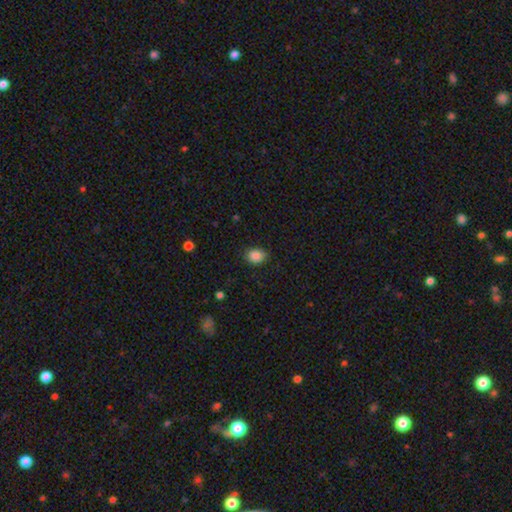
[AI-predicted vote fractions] smooth_or_featured: smooth (p=0.87) [alt: star or artifact p=0.09]
how_rounded: round (p=0.50) [tied with: in between p=0.50]
merging: none (p=0.83) [alt: minor disturbance p=0.13]